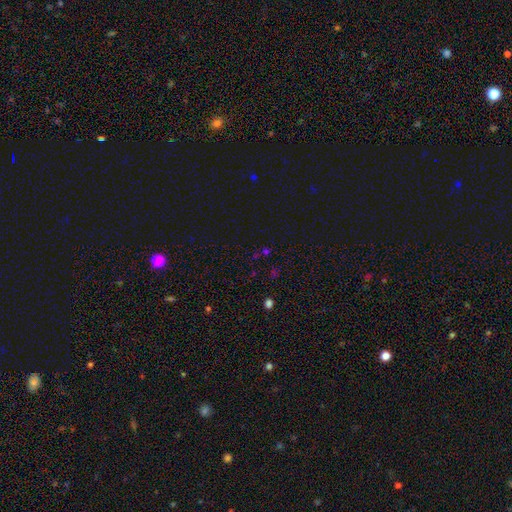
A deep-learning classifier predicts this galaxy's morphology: A star or artifact, not a galaxy (57%).

Vote fractions:
- Smooth or featured? star or artifact: 57% / smooth: 36% / featured or disk: 8%